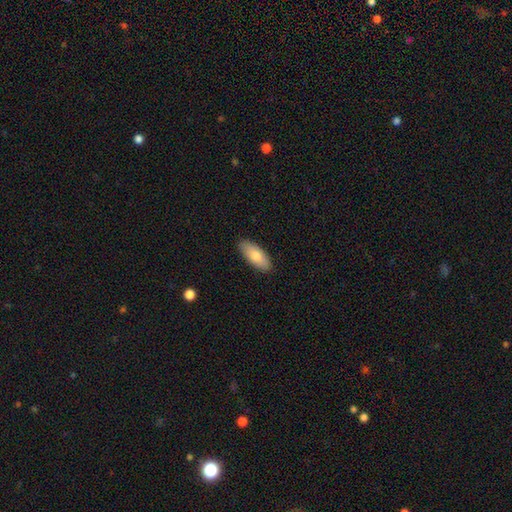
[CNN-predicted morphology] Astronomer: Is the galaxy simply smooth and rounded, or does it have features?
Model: smooth — 78%.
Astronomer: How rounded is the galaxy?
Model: in between — 83%.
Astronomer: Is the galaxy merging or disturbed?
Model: none — 89%.